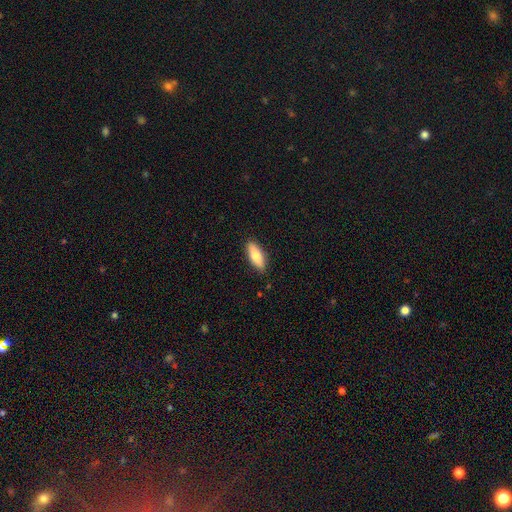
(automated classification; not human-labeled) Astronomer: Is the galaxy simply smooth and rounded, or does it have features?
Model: smooth — 76%.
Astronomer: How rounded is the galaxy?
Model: in between — 63%.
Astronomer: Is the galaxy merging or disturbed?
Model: none — 87%.